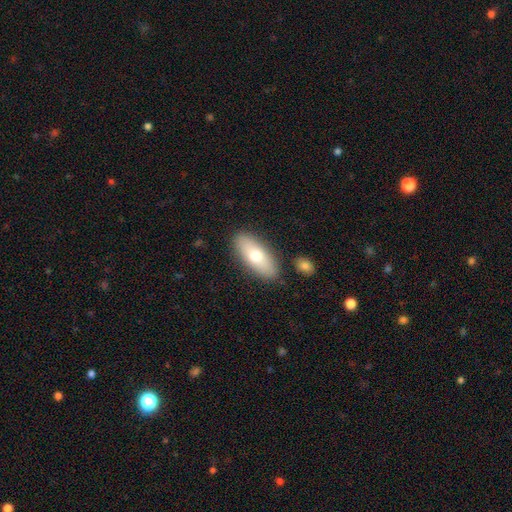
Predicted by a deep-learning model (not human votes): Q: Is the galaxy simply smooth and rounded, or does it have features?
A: smooth — 71%.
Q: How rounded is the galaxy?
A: in between — 79%.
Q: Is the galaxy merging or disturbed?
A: none — 84%.